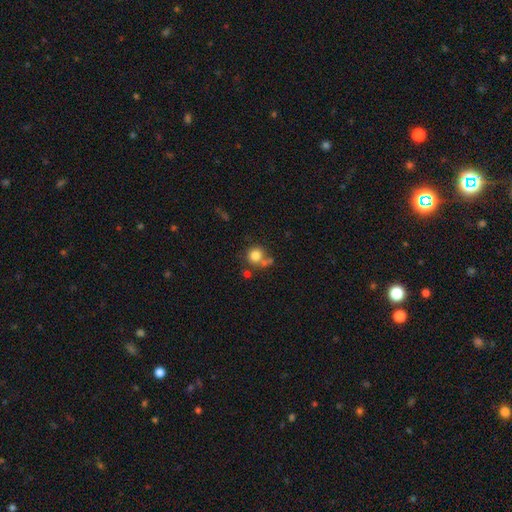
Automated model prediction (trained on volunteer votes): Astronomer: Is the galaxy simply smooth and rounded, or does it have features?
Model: smooth — 81%.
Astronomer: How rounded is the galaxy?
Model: round — 88%.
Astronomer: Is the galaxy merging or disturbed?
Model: none — 57%.